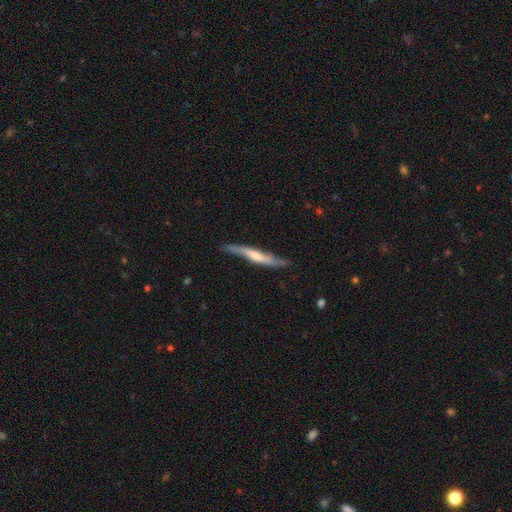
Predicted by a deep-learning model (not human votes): Smooth or featured?
  - featured or disk: 59% *
  - smooth: 36%
  - star or artifact: 5%
Edge-on disk?
  - yes: 80% *
  - no: 20%
Merging?
  - none: 69% *
  - minor disturbance: 24%
  - major disturbance: 5%
  - merger: 2%